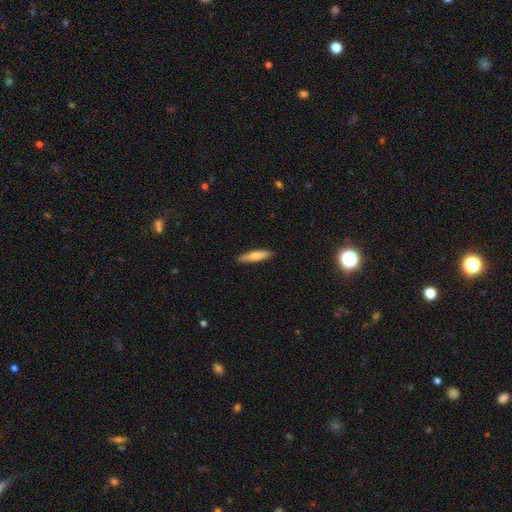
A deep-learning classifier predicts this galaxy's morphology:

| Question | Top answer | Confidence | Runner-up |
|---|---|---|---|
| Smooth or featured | smooth | 72% | featured or disk (23%) |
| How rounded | cigar-shaped | 79% | in between (20%) |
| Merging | none | 90% | minor disturbance (8%) |